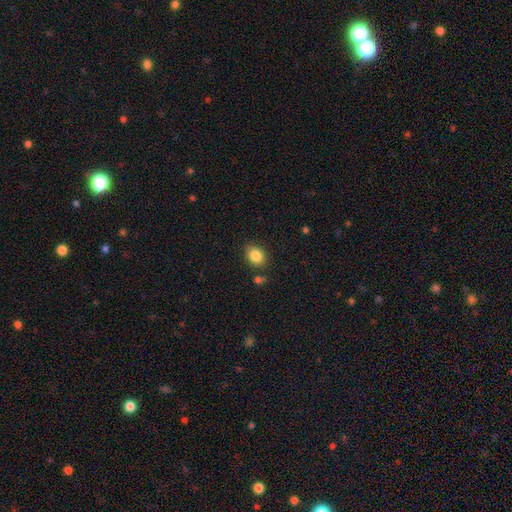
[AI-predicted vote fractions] A smooth galaxy with no disk features (85%) that is in between round and cigar-shaped (54%). Merging: none (80%).